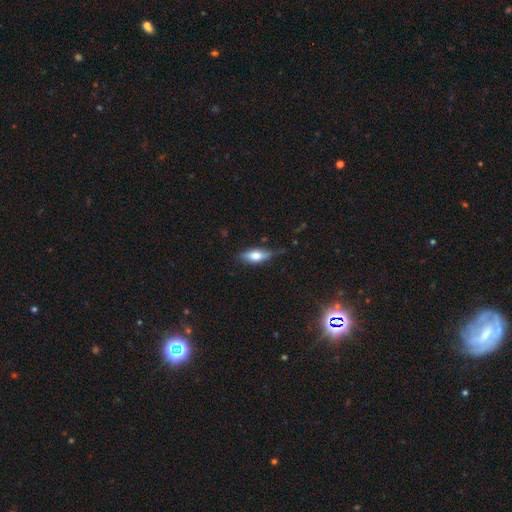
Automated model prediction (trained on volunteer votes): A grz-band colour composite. It shows a smooth galaxy with no disk features (65%) that is in between round and cigar-shaped (69%). Merging: none (62%).